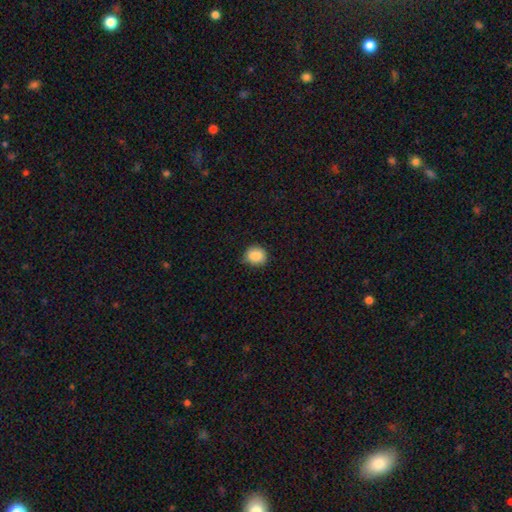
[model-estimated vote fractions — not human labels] Morphology: type=smooth (88%); roundness=round (78%); merging=none (81%).